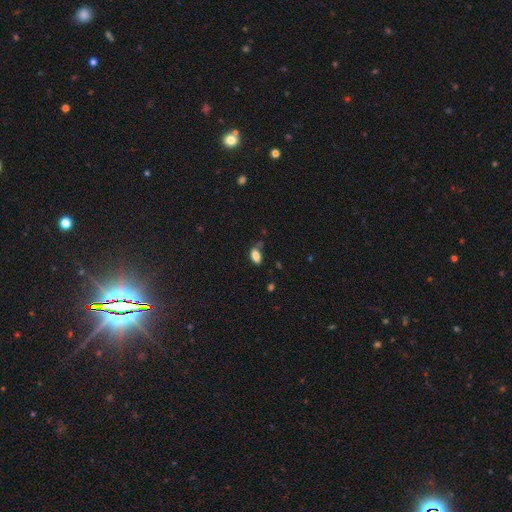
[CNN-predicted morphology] A smooth galaxy with no disk features (84%) that is in between round and cigar-shaped (91%). Merging: none (64%).